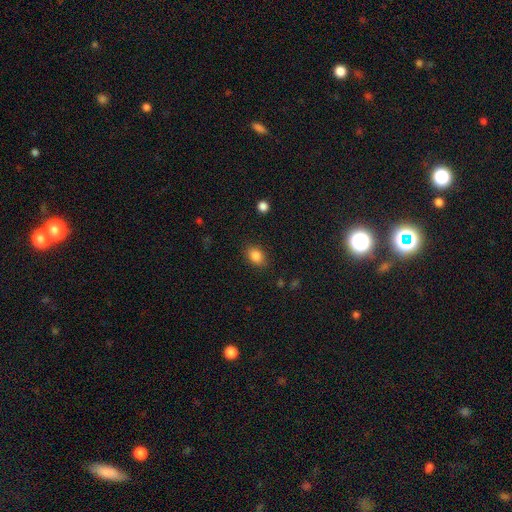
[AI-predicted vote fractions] smooth_or_featured: smooth (p=0.86) [alt: star or artifact p=0.09]
how_rounded: in between (p=0.74) [alt: round p=0.25]
merging: none (p=0.85) [alt: minor disturbance p=0.11]